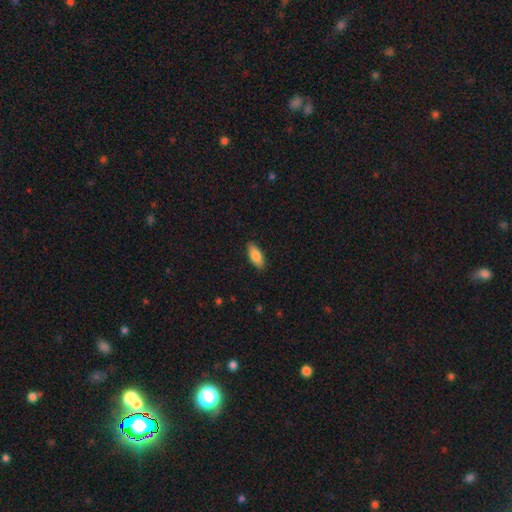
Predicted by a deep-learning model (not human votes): Morphology: type=smooth (82%); roundness=in between (79%); merging=none (88%).